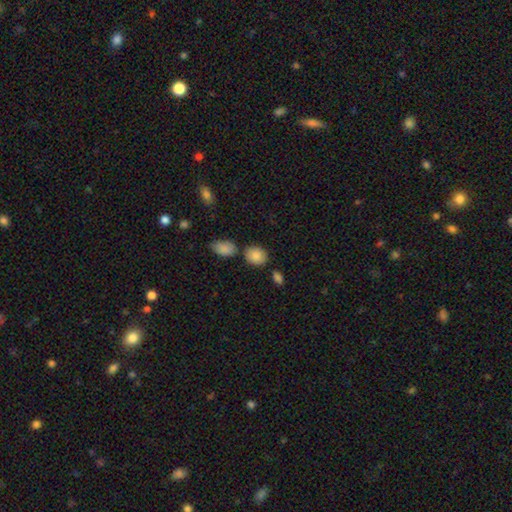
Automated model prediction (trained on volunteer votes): Smooth or featured: smooth — 87% (star or artifact — 8%)
How rounded: in between — 57% (round — 42%)
Merging: none — 73% (minor disturbance — 12%)